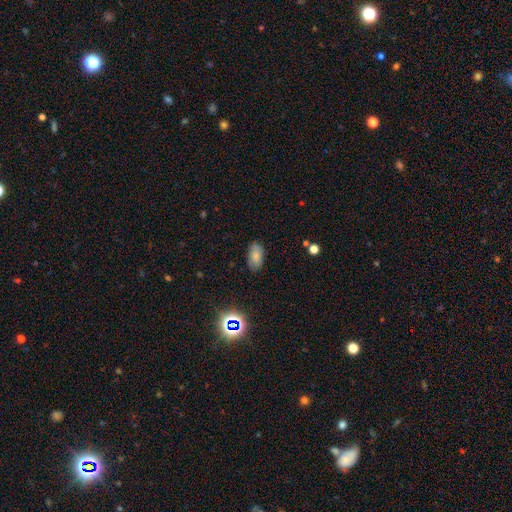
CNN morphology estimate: Overall: smooth (79%). How rounded: in between (93%). Merging: none (83%).